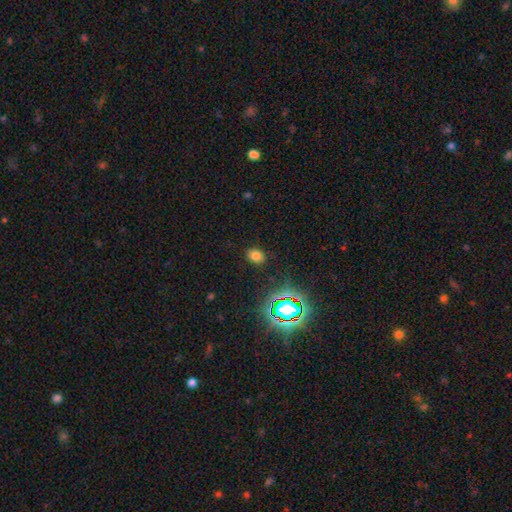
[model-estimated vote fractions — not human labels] Morphology: type=smooth (71%); roundness=in between (60%); merging=none (85%).